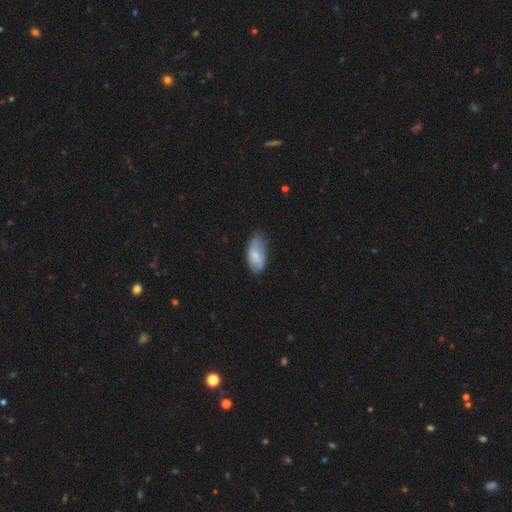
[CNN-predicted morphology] The model was most divided on "merging": none: 62%, minor disturbance: 30%, major disturbance: 6%, merger: 2%. More confident: how rounded — in between (92%); smooth or featured — smooth (72%).